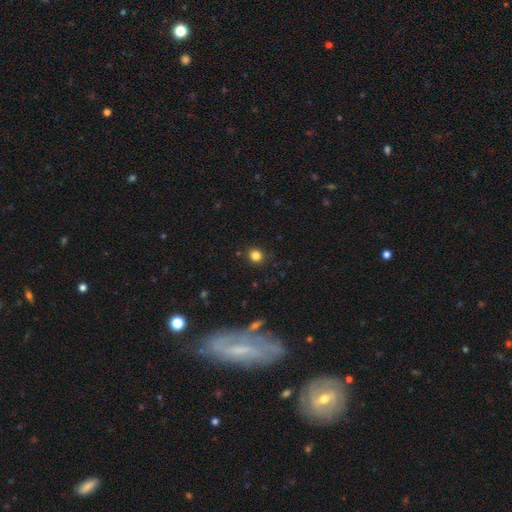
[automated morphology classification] A smooth galaxy with no disk features (83%) that is round (91%).

Vote fractions:
- Smooth or featured? smooth: 83% / star or artifact: 13% / featured or disk: 5%
- How rounded? round: 91% / in between: 8% / cigar-shaped: 1%
- Merging? none: 90% / minor disturbance: 6% / major disturbance: 2% / merger: 2%